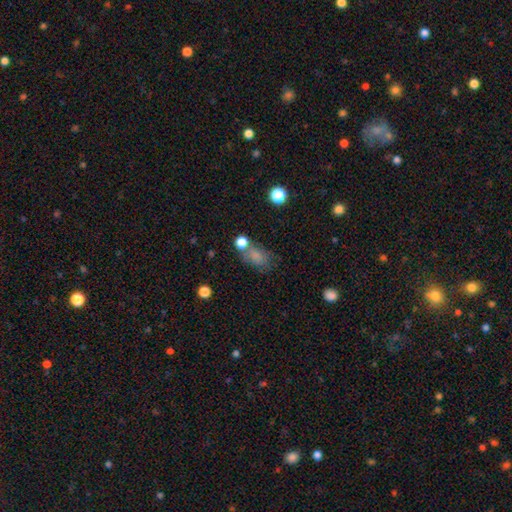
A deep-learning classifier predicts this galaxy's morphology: type=smooth (74%); roundness=in between (72%); merging=none (50%).